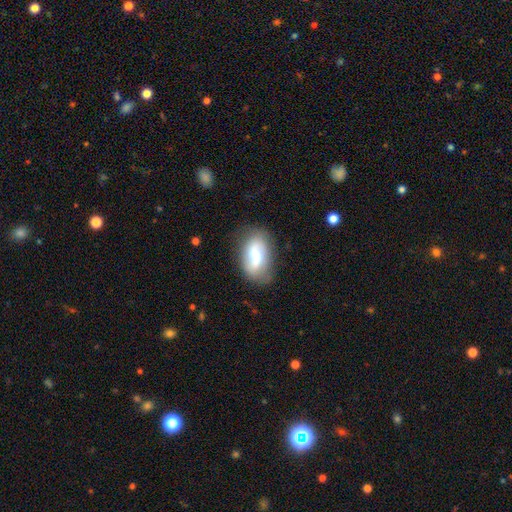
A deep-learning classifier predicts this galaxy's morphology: type=featured or disk (48%); merging=none (76%).